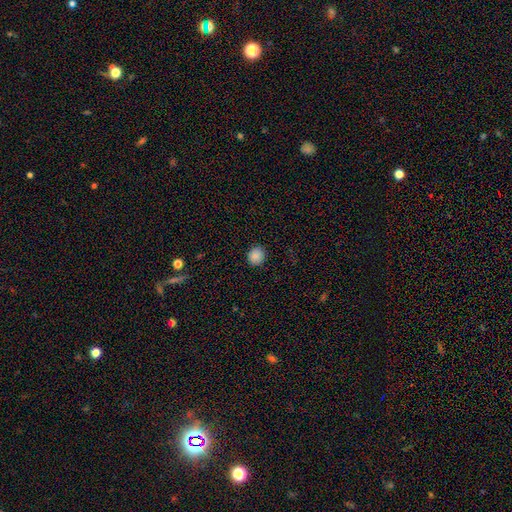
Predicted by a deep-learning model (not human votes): smooth_or_featured: smooth (p=0.87) [alt: star or artifact p=0.10]
how_rounded: round (p=0.83) [alt: in between p=0.17]
merging: none (p=0.90) [alt: minor disturbance p=0.07]